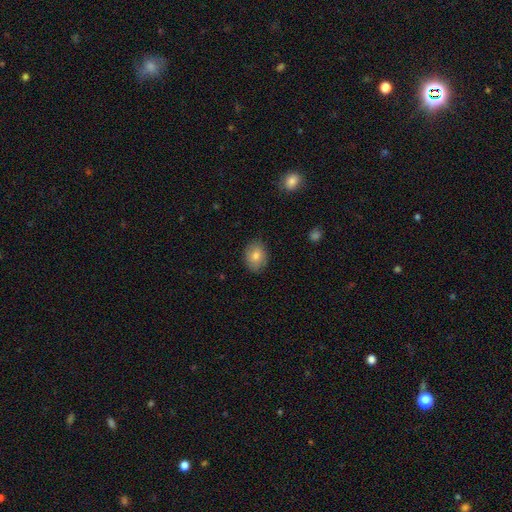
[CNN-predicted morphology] Smooth or featured? Predicted: smooth (p=0.78). How rounded? Predicted: in between (p=0.63). Merging? Predicted: none (p=0.86).